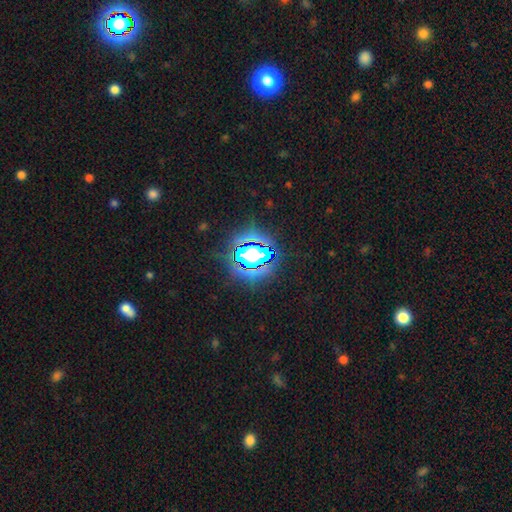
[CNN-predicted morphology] A star or artifact, not a galaxy (79%).

Vote fractions:
- Smooth or featured? star or artifact: 79% / smooth: 14% / featured or disk: 8%